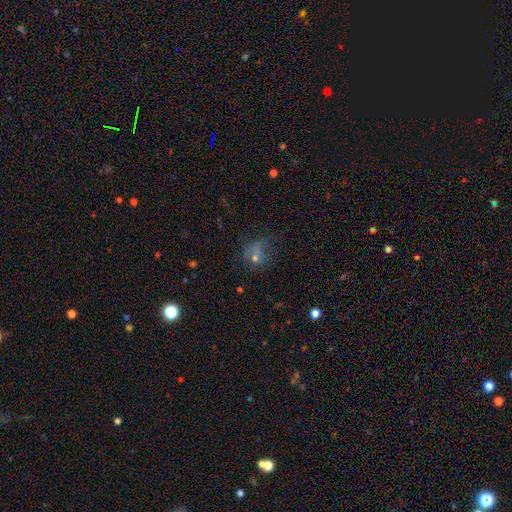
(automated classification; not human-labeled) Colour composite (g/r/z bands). It shows a smooth galaxy with no disk features (43%). Merging: none (49%).